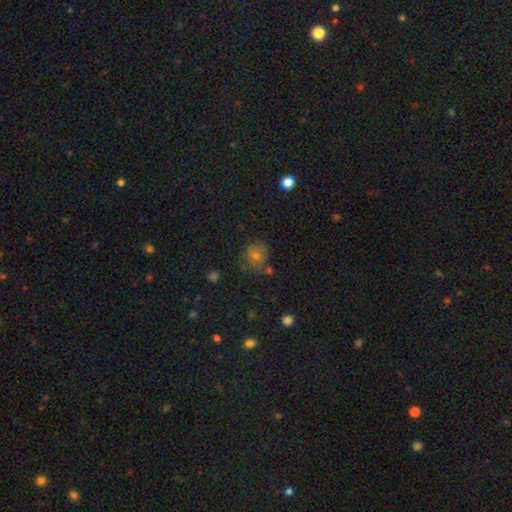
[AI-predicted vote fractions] Overall: smooth (64%). How rounded: round (81%). Merging: none (66%).